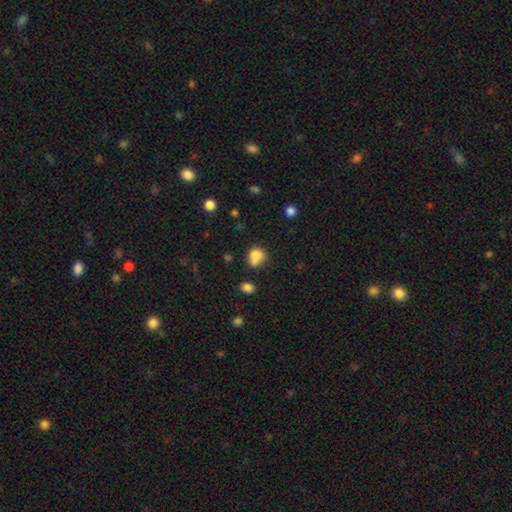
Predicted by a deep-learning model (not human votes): Morphology: type=smooth (78%); roundness=round (66%); merging=none (41%).